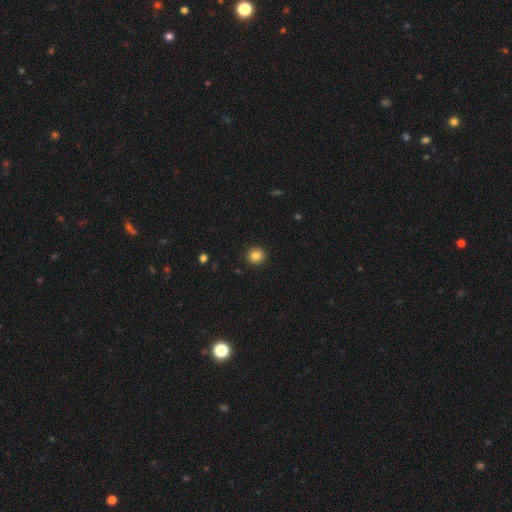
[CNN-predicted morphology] smooth-or-featured: smooth: 85% | star or artifact: 11% | featured or disk: 5%
  how-rounded: round: 90% | in between: 9% | cigar-shaped: 1%
  merging: none: 92% | minor disturbance: 5% | major disturbance: 2% | merger: 1%